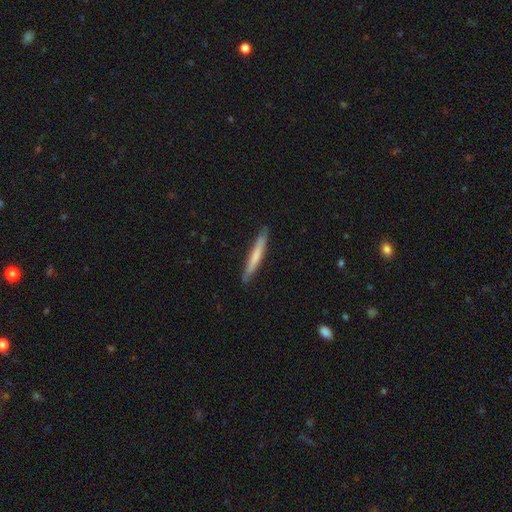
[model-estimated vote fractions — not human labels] Smooth or featured? smooth (63%)
How rounded? cigar-shaped (96%)
Merging? none (88%)